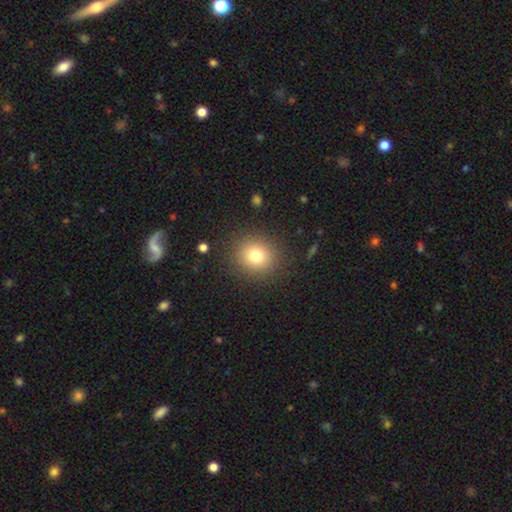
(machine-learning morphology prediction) A smooth galaxy with no disk features (79%) that is round (84%). Merging: none (88%).